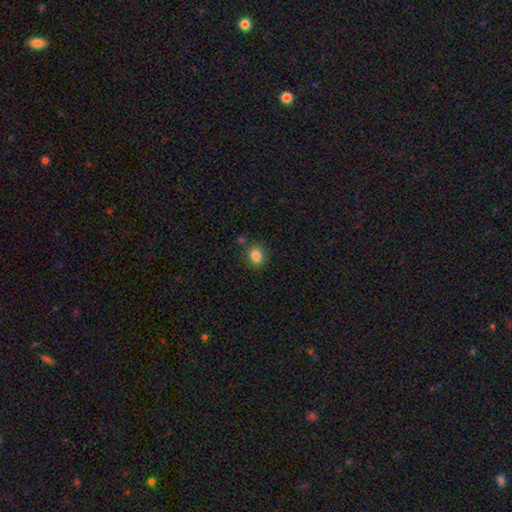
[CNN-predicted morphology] smooth-or-featured: smooth: 84% | star or artifact: 10% | featured or disk: 6%
  how-rounded: round: 78% | in between: 21% | cigar-shaped: 1%
  merging: none: 78% | minor disturbance: 12% | merger: 6% | major disturbance: 3%